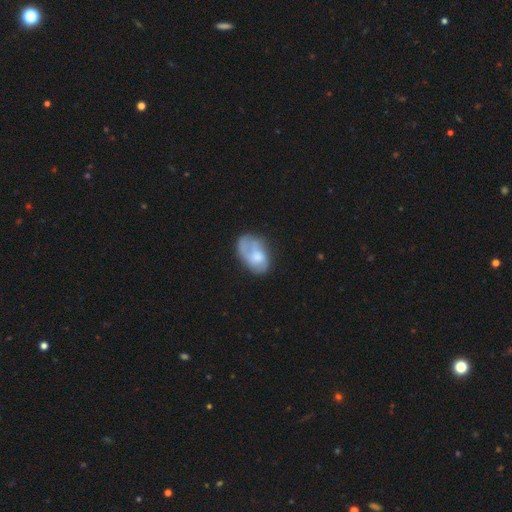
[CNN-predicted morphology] Smooth or featured?
  - smooth: 53% *
  - featured or disk: 40%
  - star or artifact: 7%
How rounded?
  - in between: 88% *
  - round: 10%
  - cigar-shaped: 1%
Merging?
  - none: 37% *
  - minor disturbance: 30%
  - major disturbance: 26%
  - merger: 7%